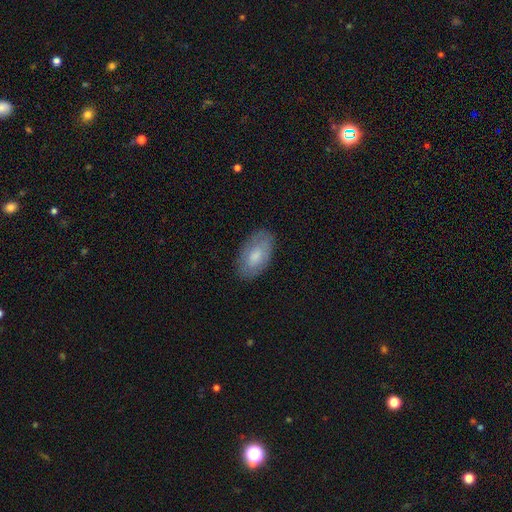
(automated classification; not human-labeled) Q: Smooth or featured?
A: smooth (68%); runner-up: featured or disk (26%)
Q: How rounded?
A: in between (94%); runner-up: round (4%)
Q: Merging?
A: none (81%); runner-up: minor disturbance (15%)